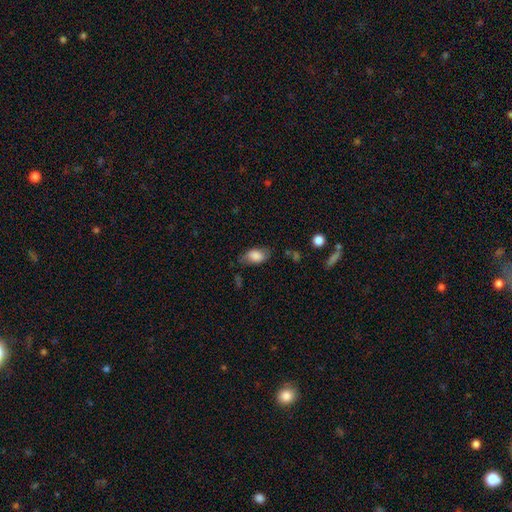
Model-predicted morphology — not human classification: smooth-or-featured: smooth: 80% | featured or disk: 13% | star or artifact: 7%
  how-rounded: in between: 91% | round: 6% | cigar-shaped: 3%
  merging: none: 66% | minor disturbance: 24% | major disturbance: 8% | merger: 2%